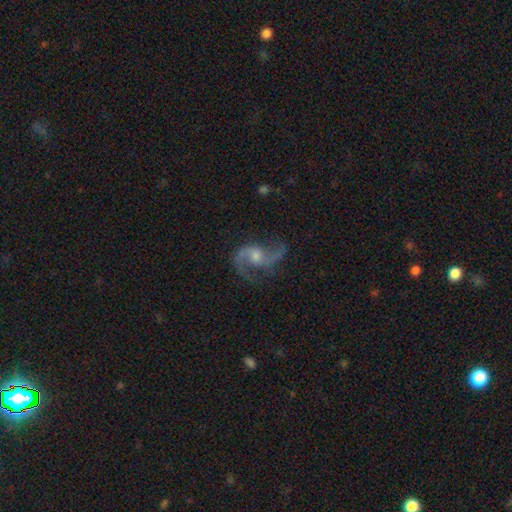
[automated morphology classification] Smooth or featured? featured or disk (90%)
Edge-on disk? no (98%)
Bar? no (57%)
Spiral arms? yes (97%)
Spiral winding? loose (58%)
Spiral arm count? 2 (92%)
Bulge size? moderate (50%)
Merging? none (74%)